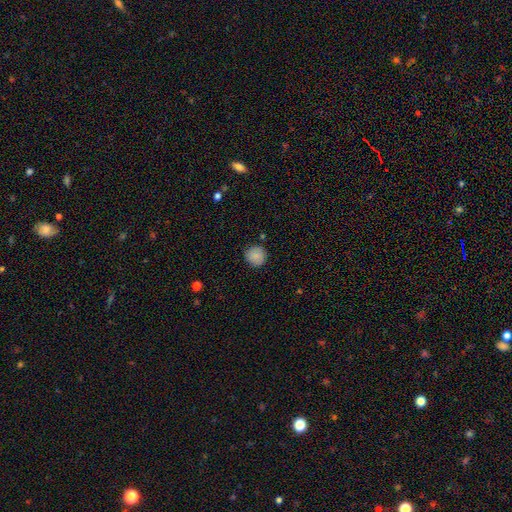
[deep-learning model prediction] smooth 86%, star or artifact 8%, featured or disk 6%. Down the decision tree: how rounded — round (93%); merging — none (87%).